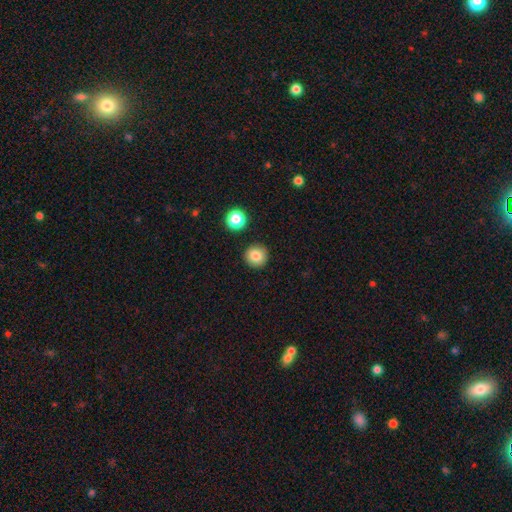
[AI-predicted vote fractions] Overall: smooth (84%). How rounded: round (95%). Merging: none (91%).